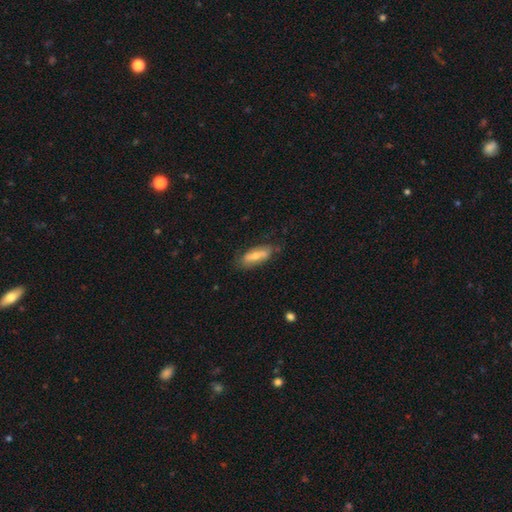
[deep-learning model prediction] smooth-or-featured: smooth: 52% | featured or disk: 41% | star or artifact: 7%
  how-rounded: in between: 68% | cigar-shaped: 29% | round: 3%
  merging: none: 71% | minor disturbance: 21% | major disturbance: 6% | merger: 2%